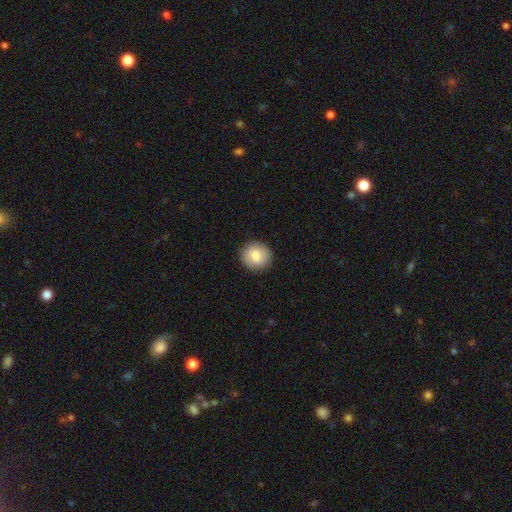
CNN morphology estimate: Smooth or featured? Predicted: smooth (p=0.82). How rounded? Predicted: round (p=0.89). Merging? Predicted: none (p=0.90).